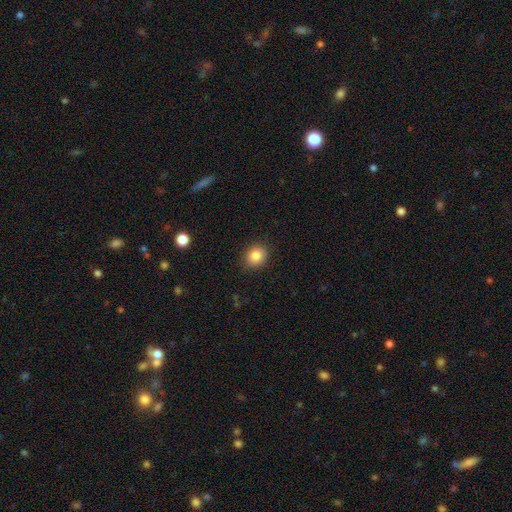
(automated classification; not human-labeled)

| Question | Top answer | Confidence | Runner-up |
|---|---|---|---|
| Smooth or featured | smooth | 84% | star or artifact (10%) |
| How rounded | round | 69% | in between (30%) |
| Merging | none | 87% | minor disturbance (9%) |